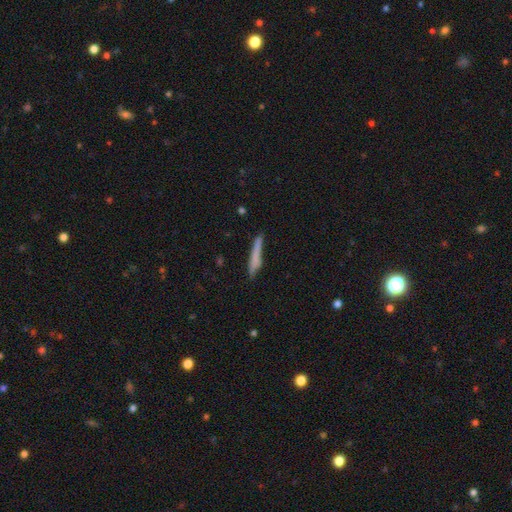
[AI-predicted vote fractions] Q: Smooth or featured?
A: smooth (69%); runner-up: featured or disk (24%)
Q: How rounded?
A: cigar-shaped (95%); runner-up: in between (4%)
Q: Merging?
A: none (78%); runner-up: minor disturbance (16%)